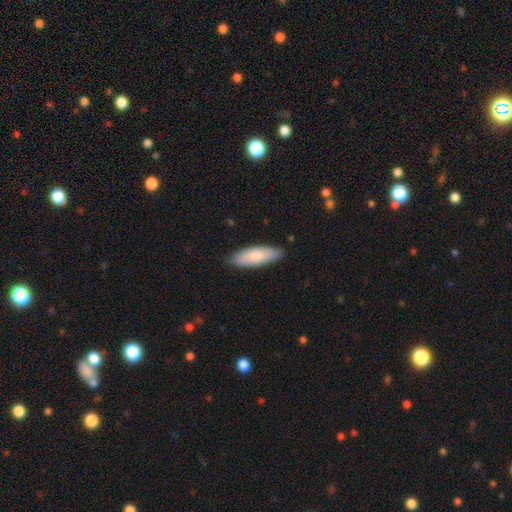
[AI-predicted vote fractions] smooth_or_featured: smooth (p=0.80) [alt: featured or disk p=0.14]
how_rounded: in between (p=0.62) [alt: cigar-shaped p=0.37]
merging: none (p=0.83) [alt: minor disturbance p=0.13]